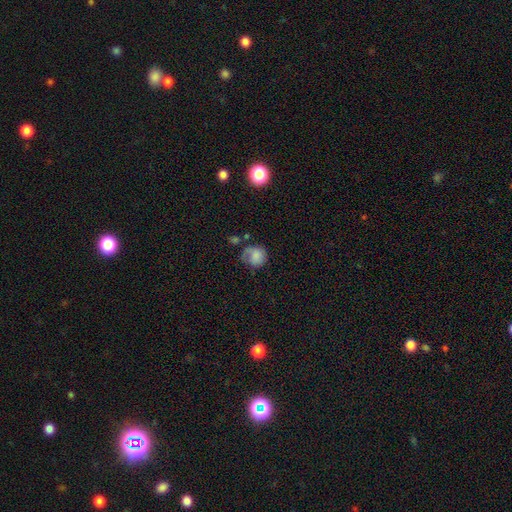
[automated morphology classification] The model was most divided on "merging": none: 43%, minor disturbance: 29%, major disturbance: 22%, merger: 6%. More confident: how rounded — round (77%); smooth or featured — smooth (68%).